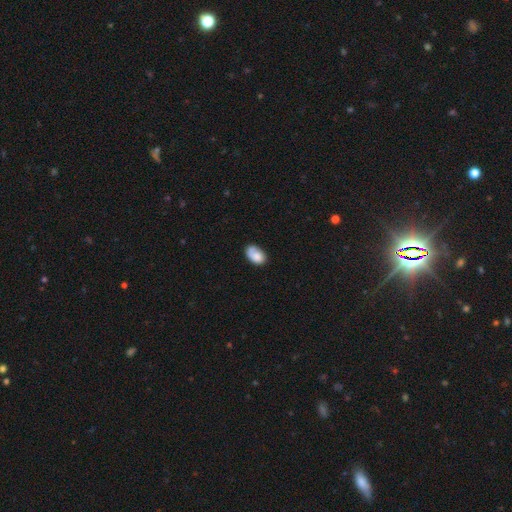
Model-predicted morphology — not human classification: Overall: smooth (79%). How rounded: in between (88%). Merging: none (57%; minor disturbance 27%).